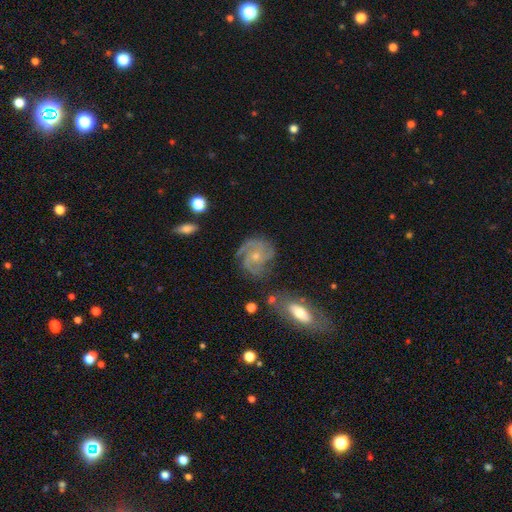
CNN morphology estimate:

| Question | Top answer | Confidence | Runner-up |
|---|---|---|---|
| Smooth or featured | featured or disk | 85% | smooth (9%) |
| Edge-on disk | no | 97% | yes (3%) |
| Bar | no | 74% | weak (22%) |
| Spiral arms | yes | 96% | no (4%) |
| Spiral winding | tight | 53% | medium (38%) |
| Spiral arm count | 3 | 46% | 2 (18%) |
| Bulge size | small | 64% | moderate (32%) |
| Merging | none | 66% | minor disturbance (20%) |